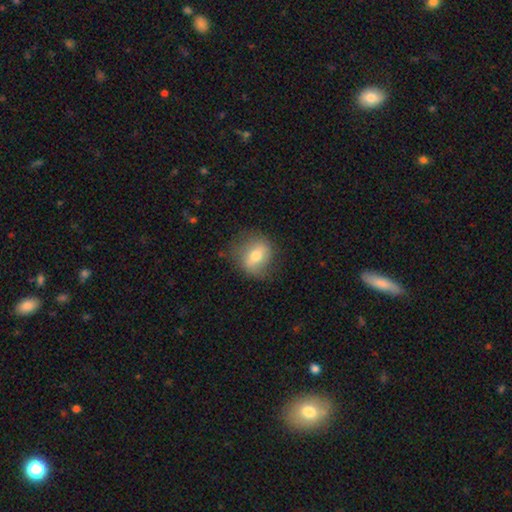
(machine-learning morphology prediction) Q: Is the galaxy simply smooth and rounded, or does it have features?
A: smooth — 60%.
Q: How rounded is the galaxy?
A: round — 61%.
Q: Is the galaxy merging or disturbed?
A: none — 74%.